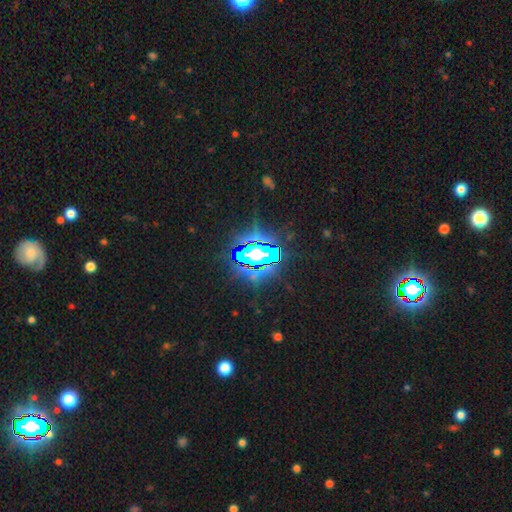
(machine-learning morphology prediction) A star or artifact, not a galaxy (71%).

Vote fractions:
- Smooth or featured? star or artifact: 71% / smooth: 15% / featured or disk: 14%